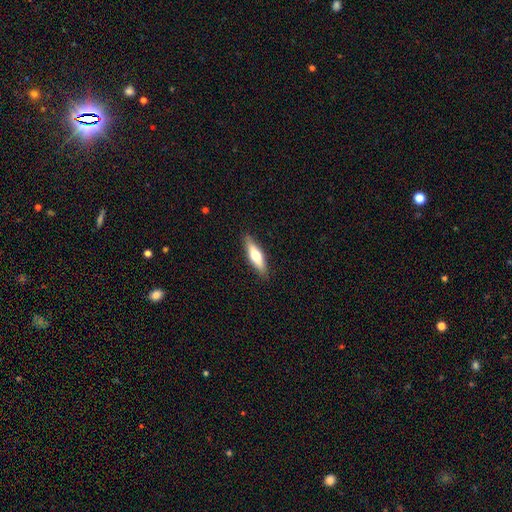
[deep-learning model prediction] Q: Smooth or featured?
A: smooth (53%); runner-up: featured or disk (41%)
Q: How rounded?
A: cigar-shaped (63%); runner-up: in between (35%)
Q: Merging?
A: none (89%); runner-up: minor disturbance (8%)